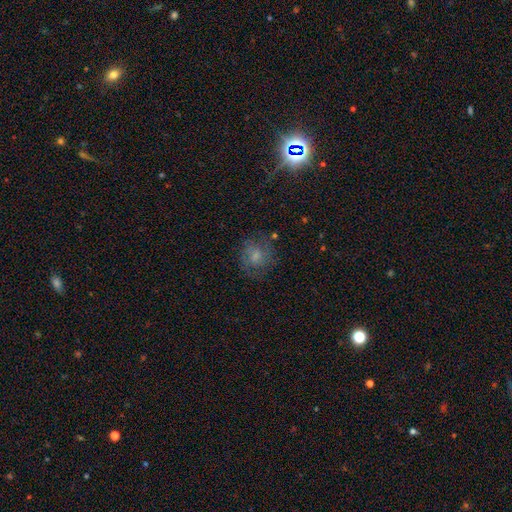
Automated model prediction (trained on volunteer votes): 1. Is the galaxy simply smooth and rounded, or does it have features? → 52% smooth, 36% featured or disk, 12% star or artifact.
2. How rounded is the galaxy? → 77% round, 22% in between, 1% cigar-shaped.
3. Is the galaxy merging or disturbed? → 68% none, 18% minor disturbance, 11% major disturbance, 2% merger.